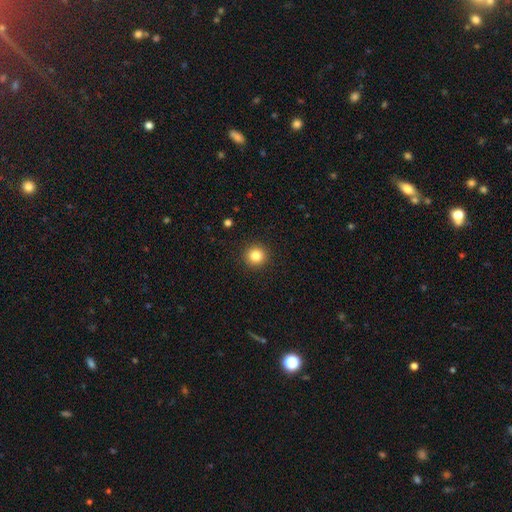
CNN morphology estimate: Overall: smooth (83%). How rounded: round (94%). Merging: none (92%).